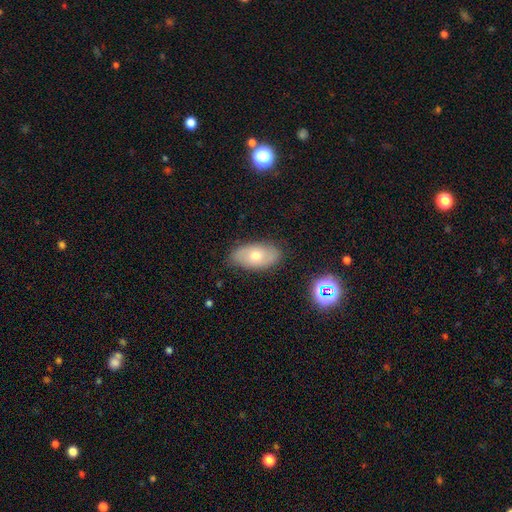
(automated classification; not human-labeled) Smooth or featured? smooth (58%)
How rounded? in between (92%)
Merging? none (81%)